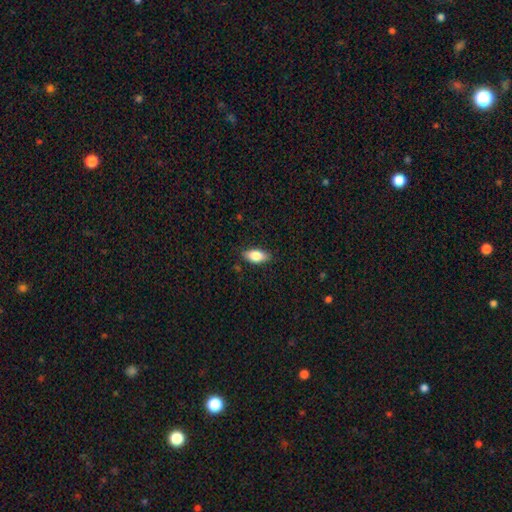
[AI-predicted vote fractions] Smooth or featured? smooth (83%)
How rounded? in between (90%)
Merging? none (85%)